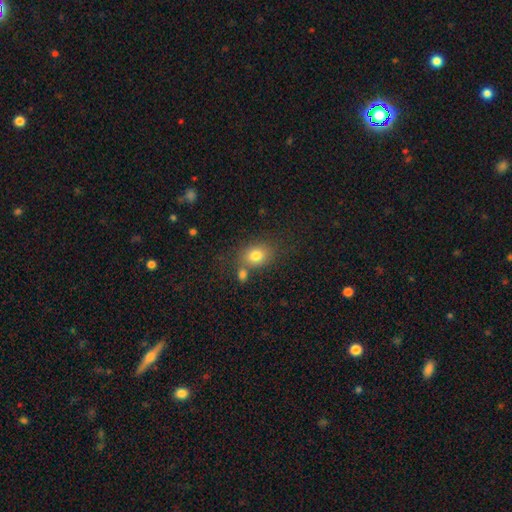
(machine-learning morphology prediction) A smooth galaxy with no disk features (80%) that is in between round and cigar-shaped (53%). Merging: none (62%).